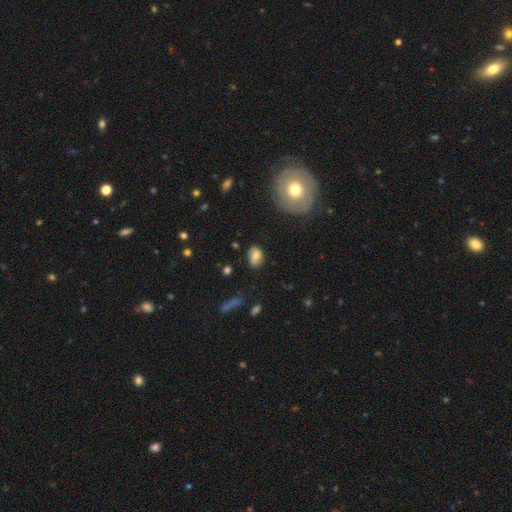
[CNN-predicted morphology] A smooth galaxy with no disk features (73%) that is in between round and cigar-shaped (76%). Merging: none (76%).